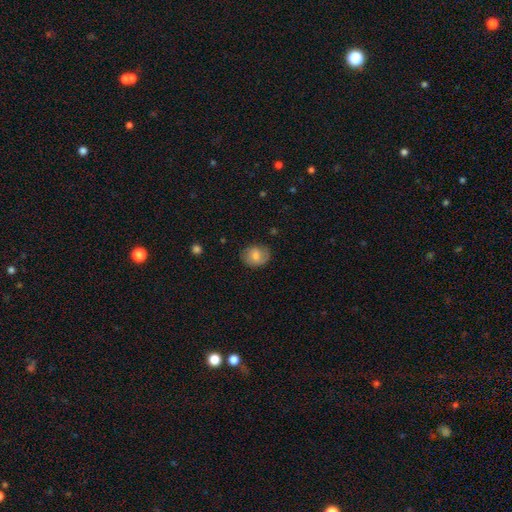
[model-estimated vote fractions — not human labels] Smooth or featured?
  - smooth: 74% *
  - featured or disk: 18%
  - star or artifact: 8%
How rounded?
  - round: 61% *
  - in between: 38%
  - cigar-shaped: 1%
Merging?
  - none: 72% *
  - minor disturbance: 21%
  - major disturbance: 6%
  - merger: 1%